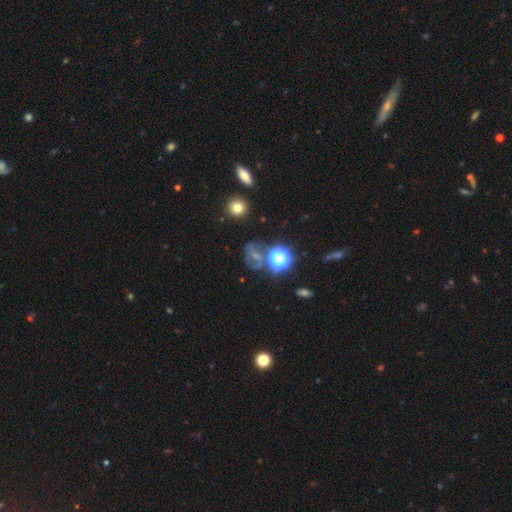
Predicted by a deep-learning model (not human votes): A featured or disk galaxy (37%).

Vote fractions:
- Smooth or featured? featured or disk: 37% / smooth: 32% / star or artifact: 31%
- Merging? none: 51% / minor disturbance: 19% / major disturbance: 19% / merger: 11%